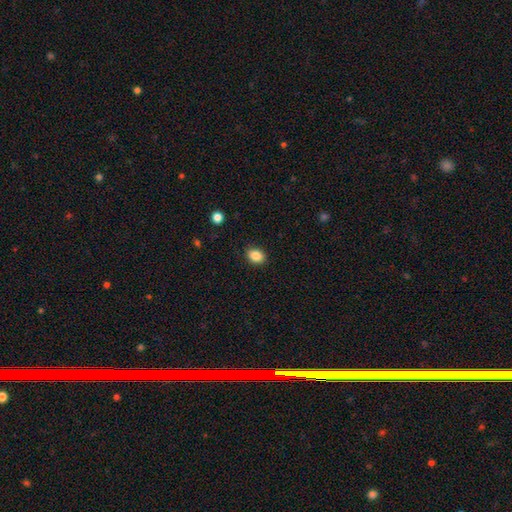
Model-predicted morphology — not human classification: type=smooth (86%); roundness=in between (59%); merging=none (88%).